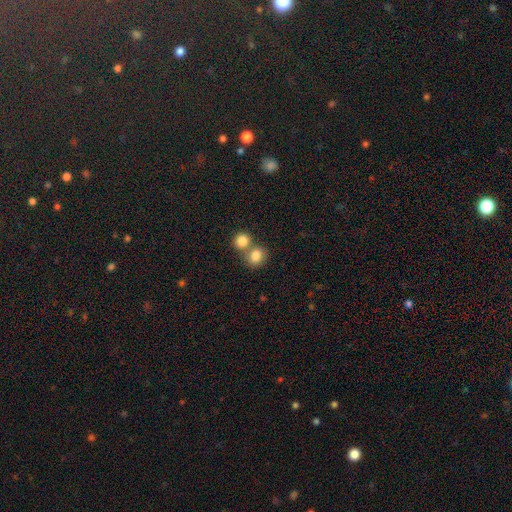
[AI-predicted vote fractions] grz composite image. It shows a smooth galaxy with no disk features (83%) that is round (68%). Merging: none (45%, tied with merger).